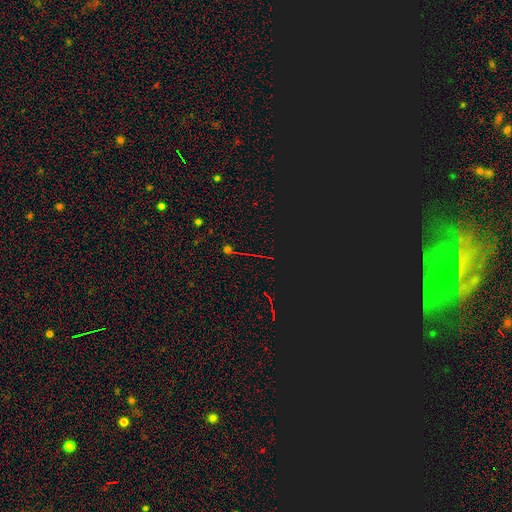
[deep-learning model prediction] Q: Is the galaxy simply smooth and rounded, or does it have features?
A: star or artifact — 79%.